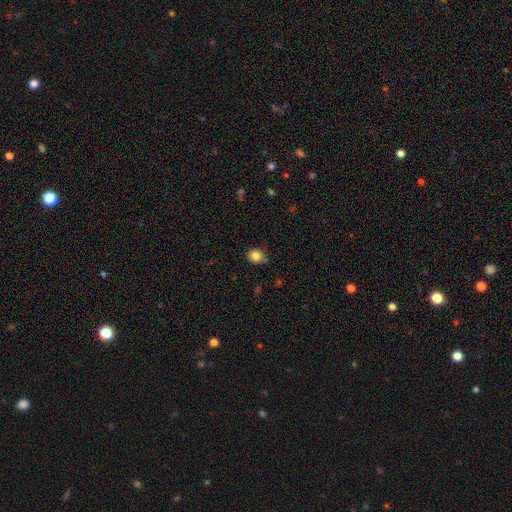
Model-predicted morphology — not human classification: Smooth or featured? Predicted: smooth (p=0.84). How rounded? Predicted: round (p=0.75). Merging? Predicted: none (p=0.80).